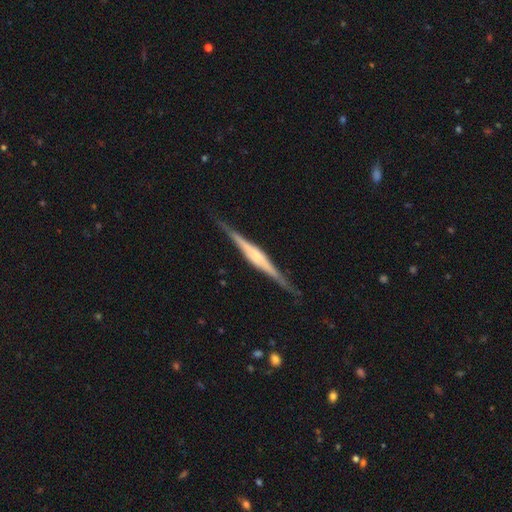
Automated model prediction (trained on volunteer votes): This is clearly a featured or disk galaxy (83%). It is clearly viewed edge-on (98%). Edge-on bulge: possibly rounded (49%). Merging: clearly none (88%).